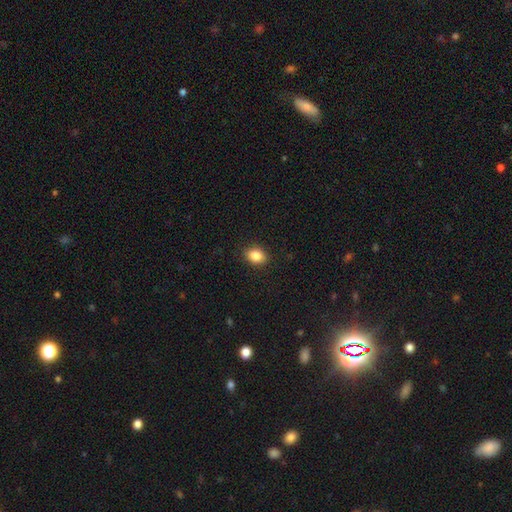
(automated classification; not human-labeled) Smooth or featured? smooth (86%)
How rounded? in between (65%)
Merging? none (89%)